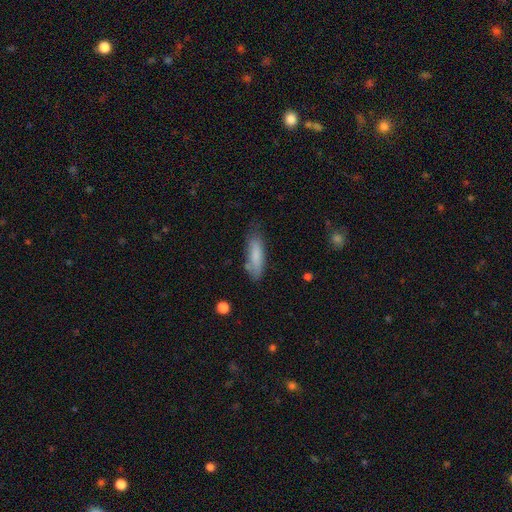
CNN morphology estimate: A smooth galaxy with no disk features (80%) that is cigar-shaped (56%).

Vote fractions:
- Smooth or featured? smooth: 80% / featured or disk: 14% / star or artifact: 6%
- How rounded? cigar-shaped: 56% / in between: 43% / round: 2%
- Merging? none: 67% / minor disturbance: 23% / major disturbance: 6% / merger: 4%